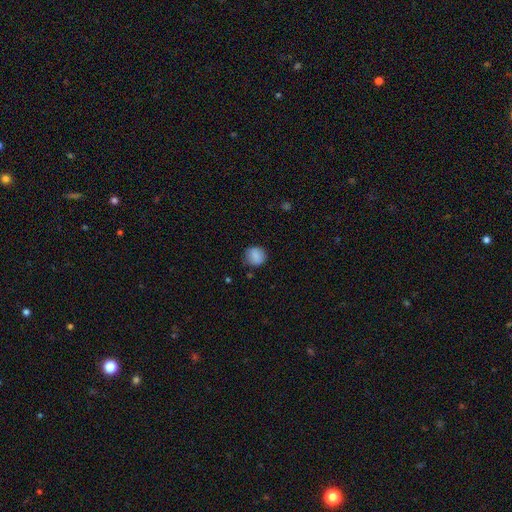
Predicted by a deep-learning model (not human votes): Smooth or featured: smooth — 84% (star or artifact — 9%)
How rounded: round — 80% (in between — 19%)
Merging: none — 78% (minor disturbance — 16%)